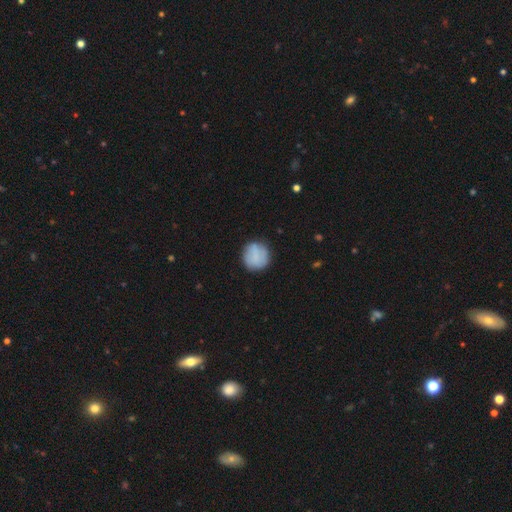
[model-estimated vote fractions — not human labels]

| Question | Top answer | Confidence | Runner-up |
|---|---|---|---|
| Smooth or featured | smooth | 75% | featured or disk (17%) |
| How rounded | round | 90% | in between (9%) |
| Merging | none | 76% | minor disturbance (17%) |